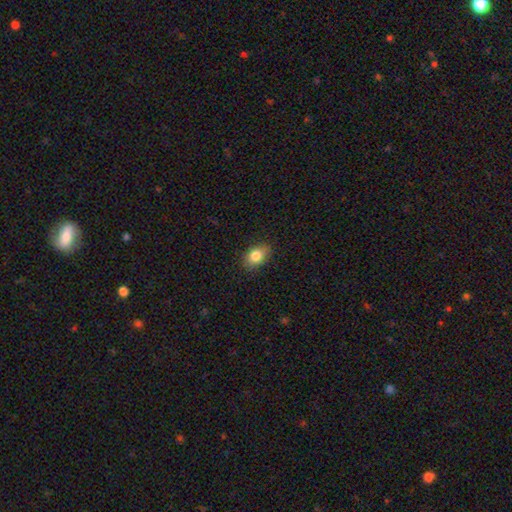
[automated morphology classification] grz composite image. It shows a smooth galaxy with no disk features (83%) that is in between round and cigar-shaped (80%). Merging: none (86%).